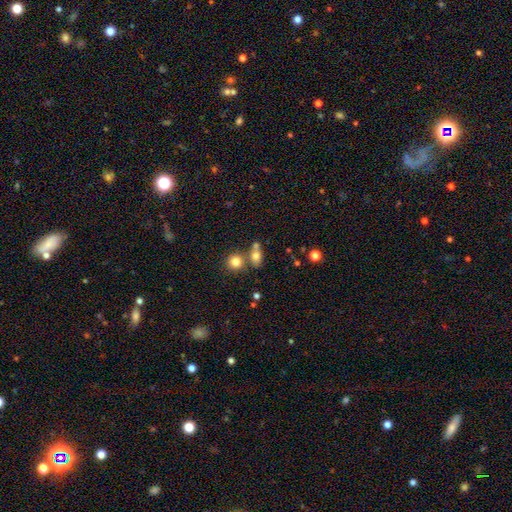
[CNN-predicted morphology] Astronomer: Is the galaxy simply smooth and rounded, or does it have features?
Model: smooth — 74%.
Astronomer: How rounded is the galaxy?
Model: in between — 59% (runner-up: round, 37%).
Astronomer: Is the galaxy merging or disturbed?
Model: none — 49% (runner-up: merger, 35%).